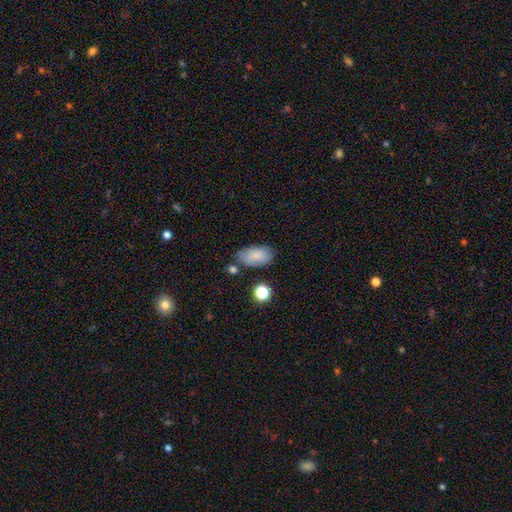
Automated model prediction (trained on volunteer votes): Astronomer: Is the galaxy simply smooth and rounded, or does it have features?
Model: smooth — 81%.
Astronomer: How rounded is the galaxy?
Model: in between — 93%.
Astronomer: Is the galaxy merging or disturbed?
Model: none — 67%.